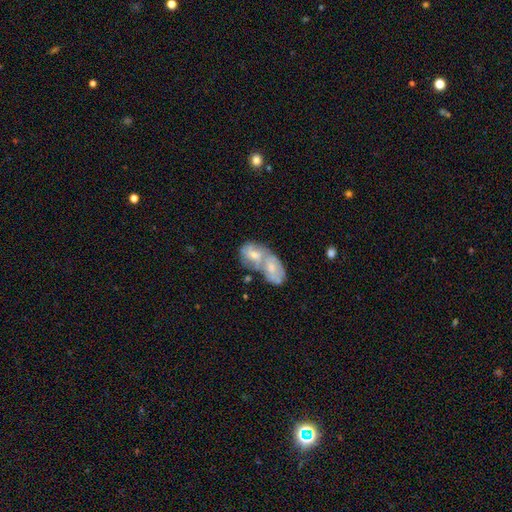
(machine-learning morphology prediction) This appears to be a featured or disk galaxy (48%). Merging: merger (78%).